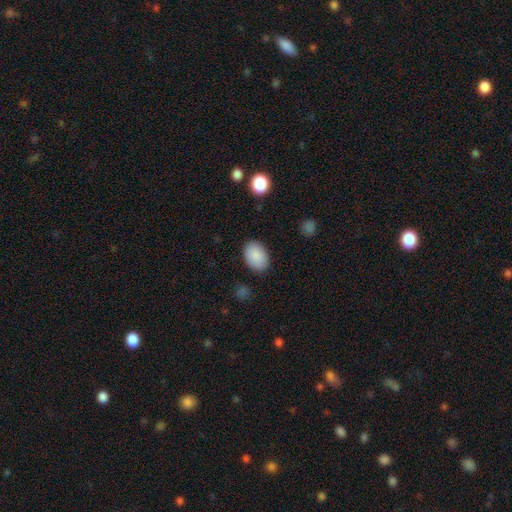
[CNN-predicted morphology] smooth 89%, star or artifact 7%, featured or disk 4%. Down the decision tree: how rounded — in between (86%); merging — none (87%).